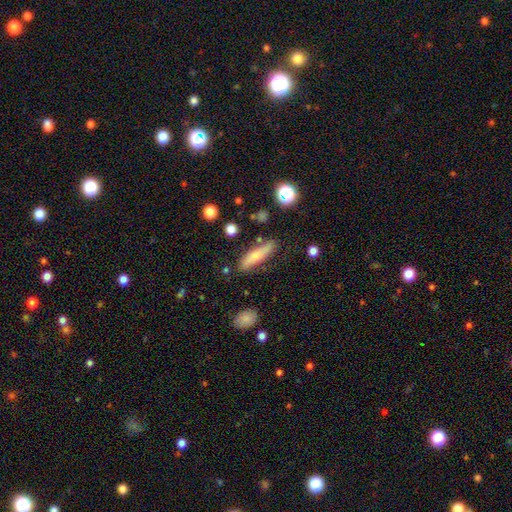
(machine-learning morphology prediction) Smooth or featured?
  - smooth: 66% *
  - featured or disk: 26%
  - star or artifact: 8%
How rounded?
  - cigar-shaped: 69% *
  - in between: 28%
  - round: 3%
Merging?
  - none: 76% *
  - minor disturbance: 15%
  - merger: 5%
  - major disturbance: 4%